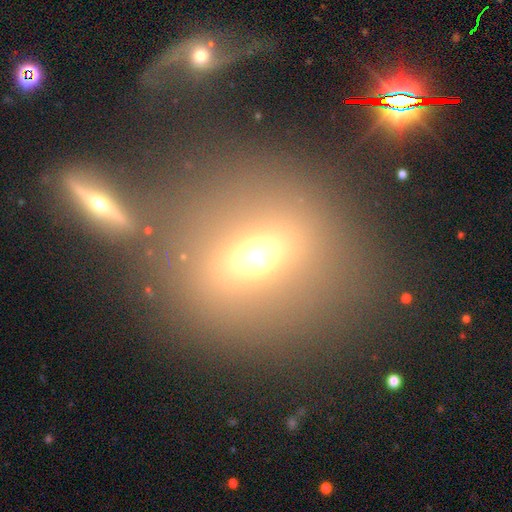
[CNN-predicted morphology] smooth-or-featured: smooth: 54% | star or artifact: 24% | featured or disk: 21%
  how-rounded: round: 66% | in between: 30% | cigar-shaped: 3%
  merging: none: 66% | merger: 17% | minor disturbance: 10% | major disturbance: 7%